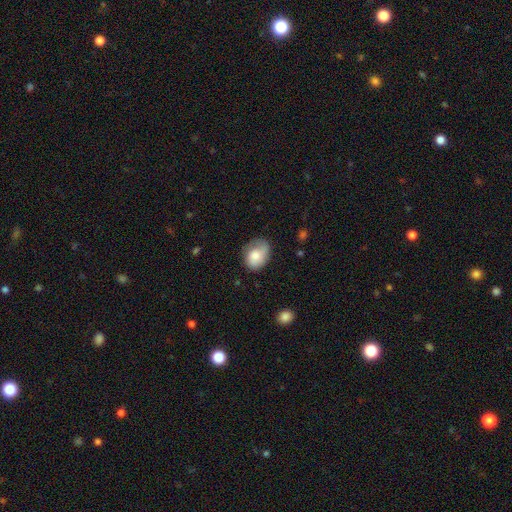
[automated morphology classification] A smooth galaxy with no disk features (67%) that is in between round and cigar-shaped (65%). Merging: none (54%).